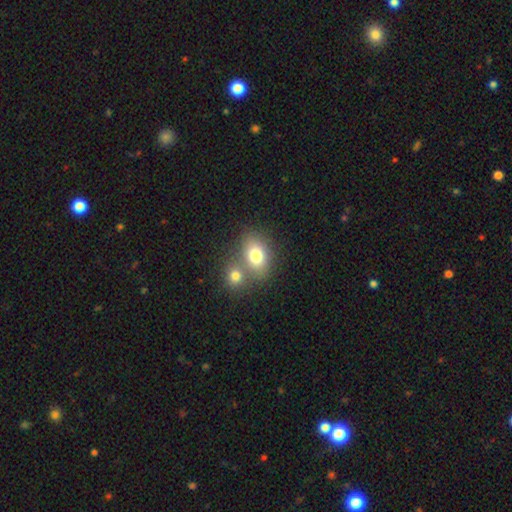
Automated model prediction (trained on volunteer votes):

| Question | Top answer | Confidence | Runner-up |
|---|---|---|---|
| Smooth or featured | smooth | 77% | featured or disk (13%) |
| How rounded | in between | 69% | round (29%) |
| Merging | merger | 45% | none (42%) |